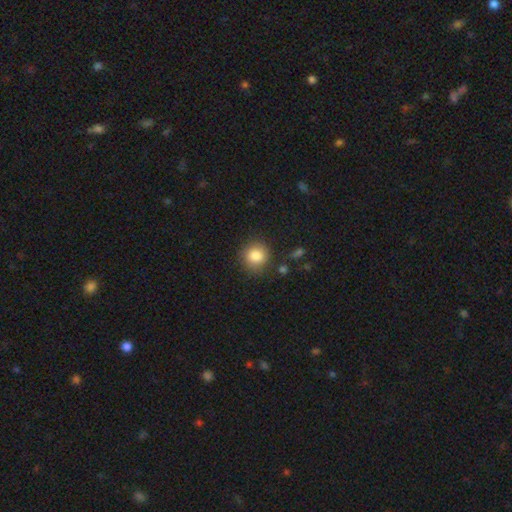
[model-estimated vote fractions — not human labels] Q: Smooth or featured?
A: smooth (84%); runner-up: star or artifact (10%)
Q: How rounded?
A: round (88%); runner-up: in between (11%)
Q: Merging?
A: none (83%); runner-up: minor disturbance (11%)